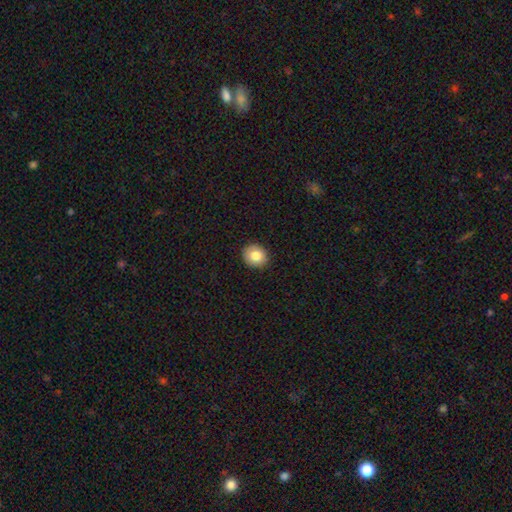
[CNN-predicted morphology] Smooth or featured?
  - smooth: 82% *
  - star or artifact: 9%
  - featured or disk: 9%
How rounded?
  - round: 76% *
  - in between: 23%
  - cigar-shaped: 1%
Merging?
  - none: 91% *
  - minor disturbance: 7%
  - major disturbance: 2%
  - merger: 1%